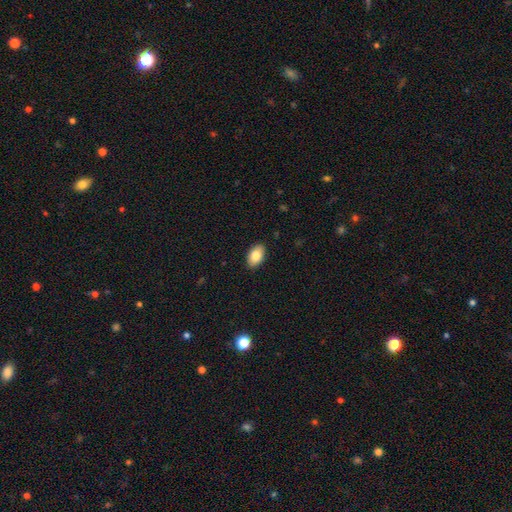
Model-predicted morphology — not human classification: Smooth or featured? Predicted: smooth (p=0.82). How rounded? Predicted: in between (p=0.92). Merging? Predicted: none (p=0.89).